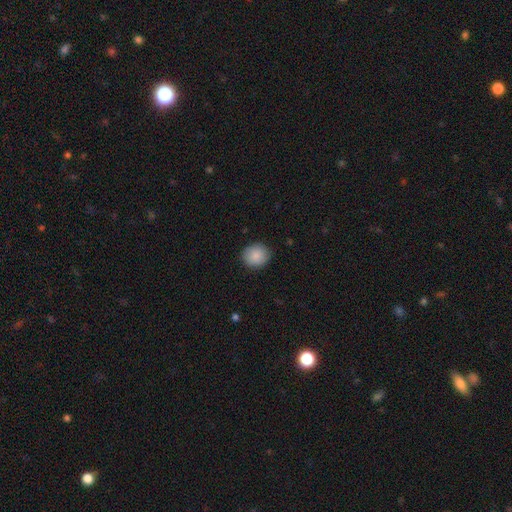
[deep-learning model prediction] The model was most divided on "how rounded": round: 71%, in between: 28%, cigar-shaped: 1%. More confident: merging — none (88%); smooth or featured — smooth (88%).